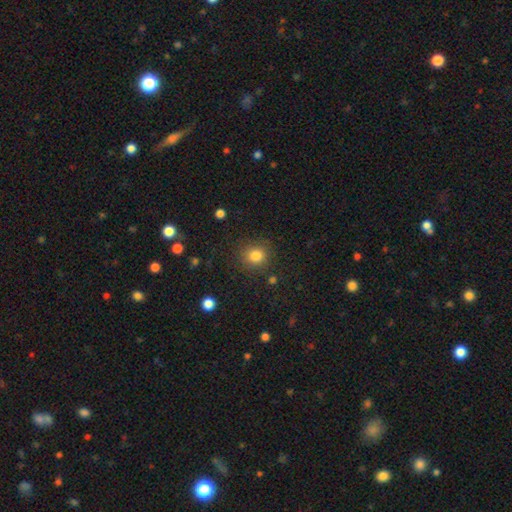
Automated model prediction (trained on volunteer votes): This is clearly a smooth galaxy (82%). How rounded: clearly round (86%). Merging: clearly none (85%).